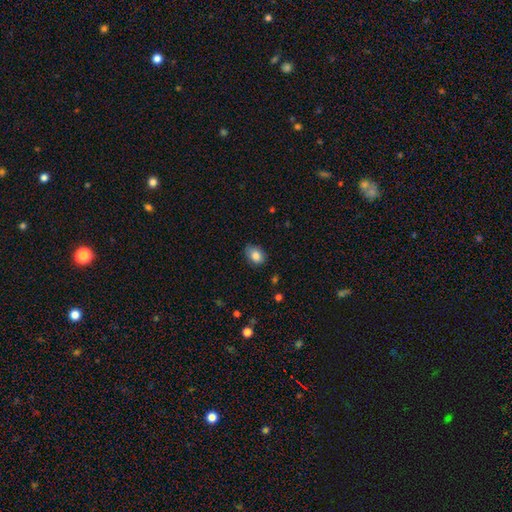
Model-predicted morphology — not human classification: Smooth or featured?
  - smooth: 84% *
  - star or artifact: 8%
  - featured or disk: 8%
How rounded?
  - in between: 75% *
  - round: 24%
  - cigar-shaped: 1%
Merging?
  - none: 75% *
  - minor disturbance: 21%
  - major disturbance: 3%
  - merger: 1%